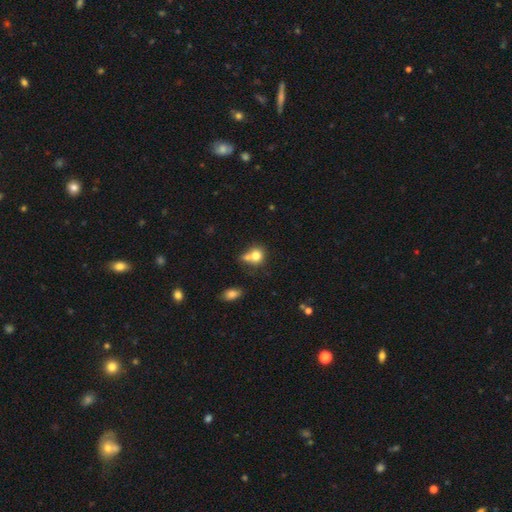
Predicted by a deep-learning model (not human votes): A smooth galaxy with no disk features (76%) that is round (77%).

Vote fractions:
- Smooth or featured? smooth: 76% / featured or disk: 13% / star or artifact: 11%
- How rounded? round: 77% / in between: 22% / cigar-shaped: 1%
- Merging? merger: 43% / none: 40% / minor disturbance: 12% / major disturbance: 5%